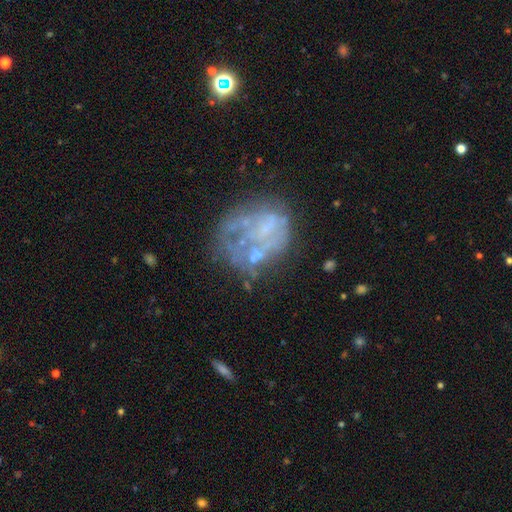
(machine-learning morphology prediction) This appears to be a featured or disk galaxy (61%) with no bar (84%), no spiral arms (83%) and no central bulge (64%). Merging: none (41%).